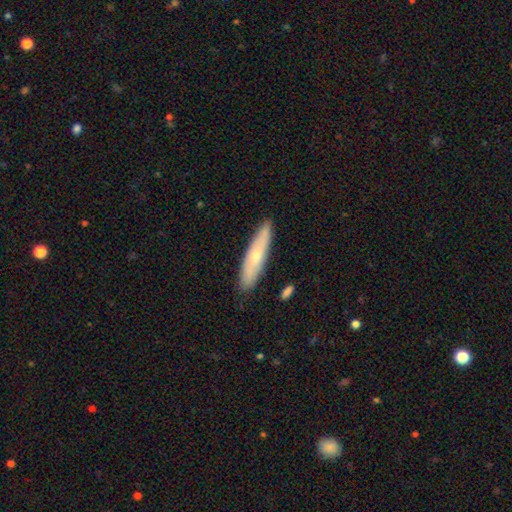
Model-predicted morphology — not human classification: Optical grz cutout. It shows a smooth galaxy with no disk features (55%) that is cigar-shaped (80%). Merging: none (85%).